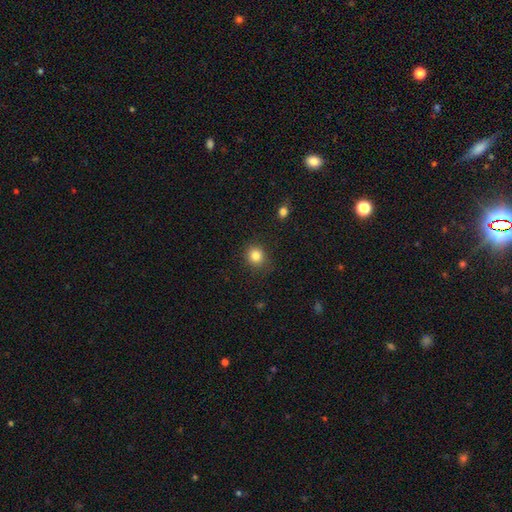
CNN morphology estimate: A smooth galaxy with no disk features (83%) that is round (85%).

Vote fractions:
- Smooth or featured? smooth: 83% / star or artifact: 12% / featured or disk: 5%
- How rounded? round: 85% / in between: 14% / cigar-shaped: 1%
- Merging? none: 87% / minor disturbance: 9% / major disturbance: 3% / merger: 1%